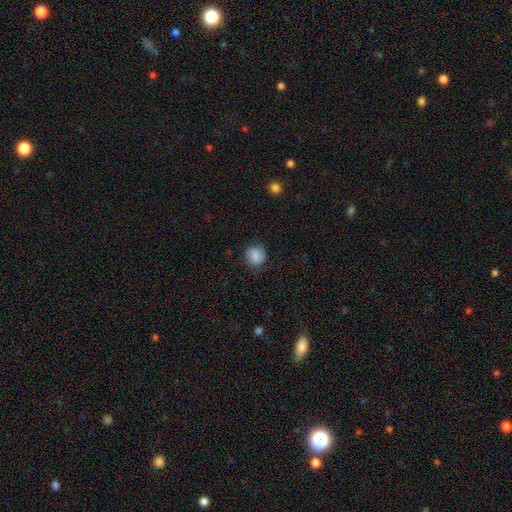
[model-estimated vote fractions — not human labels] Morphology: type=smooth (61%); roundness=round (79%); merging=none (79%).